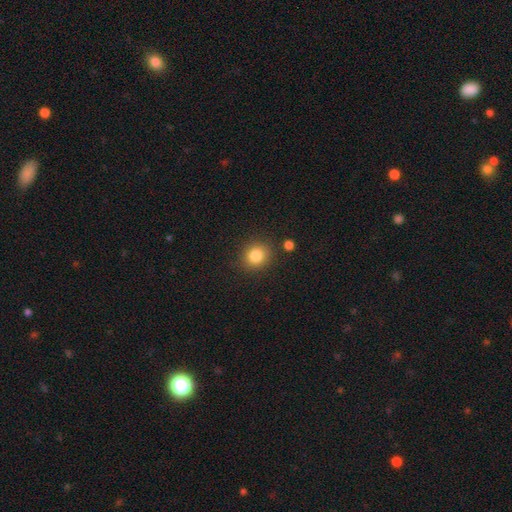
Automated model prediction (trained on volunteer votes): smooth 84%, star or artifact 11%, featured or disk 6%. Down the decision tree: how rounded — round (80%); merging — none (85%).